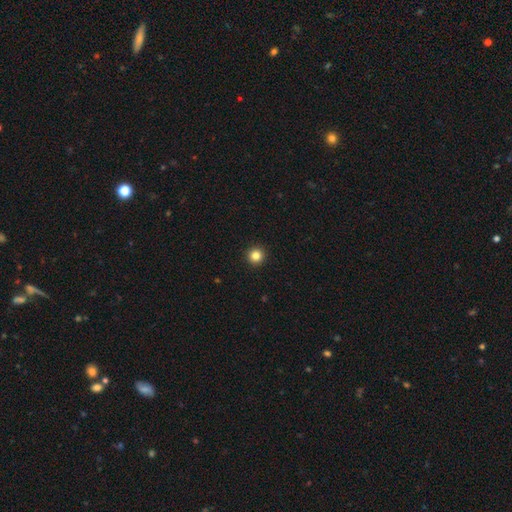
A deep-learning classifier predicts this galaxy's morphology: Overall: smooth (84%). How rounded: round (96%). Merging: none (94%).